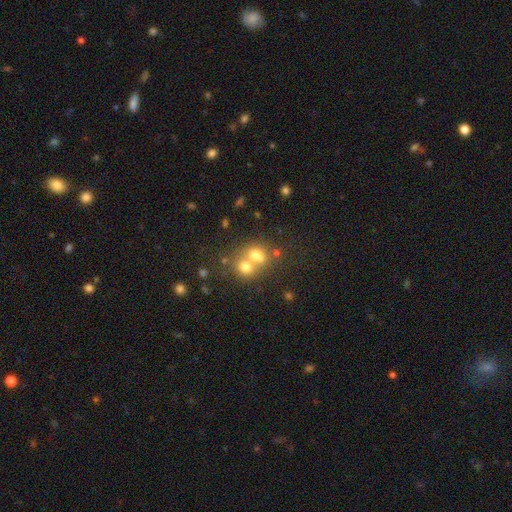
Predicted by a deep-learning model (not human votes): This appears to be a smooth galaxy with no disk features (66%) that is round (51%). Merging: merger (61%).